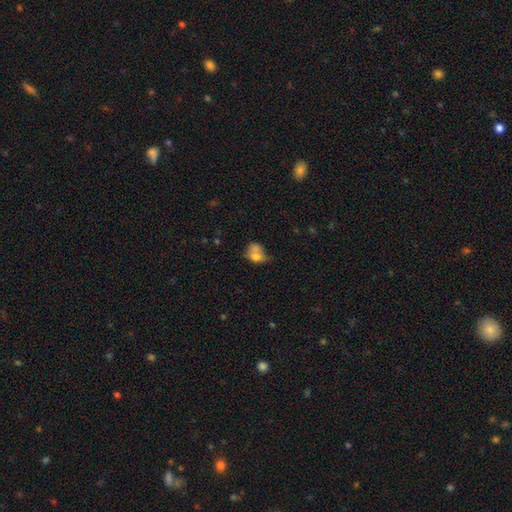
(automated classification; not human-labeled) smooth-or-featured: smooth: 69% | featured or disk: 21% | star or artifact: 10%
  how-rounded: in between: 63% | round: 36% | cigar-shaped: 2%
  merging: merger: 50% | none: 21% | minor disturbance: 16% | major disturbance: 13%